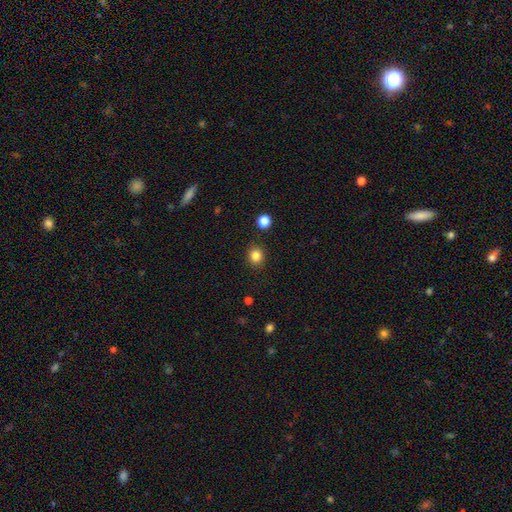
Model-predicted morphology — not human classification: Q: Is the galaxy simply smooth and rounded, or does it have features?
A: smooth — 84%.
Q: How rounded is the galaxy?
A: round — 84%.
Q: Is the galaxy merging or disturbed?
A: none — 90%.